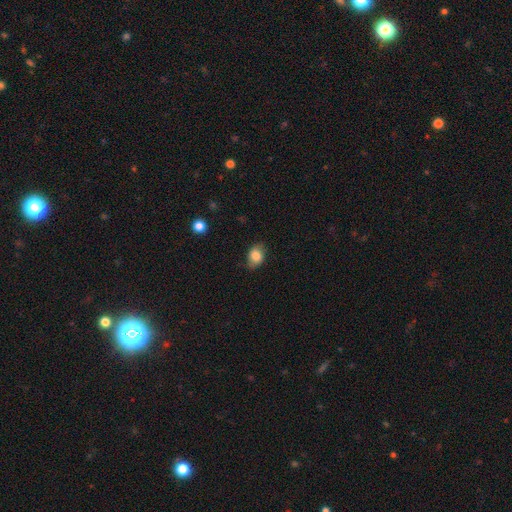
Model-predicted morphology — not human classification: A smooth galaxy with no disk features (81%) that is in between round and cigar-shaped (69%). Merging: none (73%).